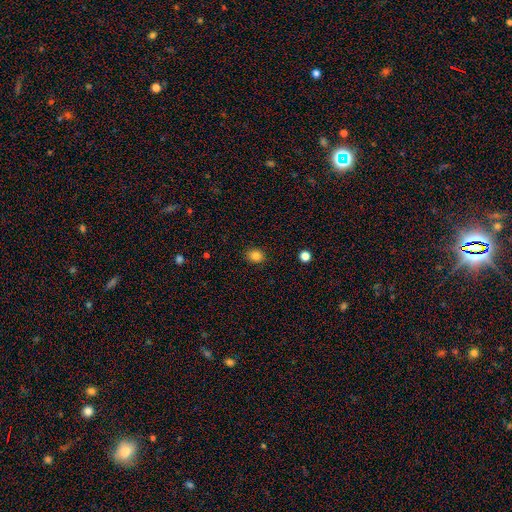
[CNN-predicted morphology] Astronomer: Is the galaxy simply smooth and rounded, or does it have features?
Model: smooth — 84%.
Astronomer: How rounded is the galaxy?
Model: round — 59% (runner-up: in between, 40%).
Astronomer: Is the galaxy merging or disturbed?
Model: none — 89%.